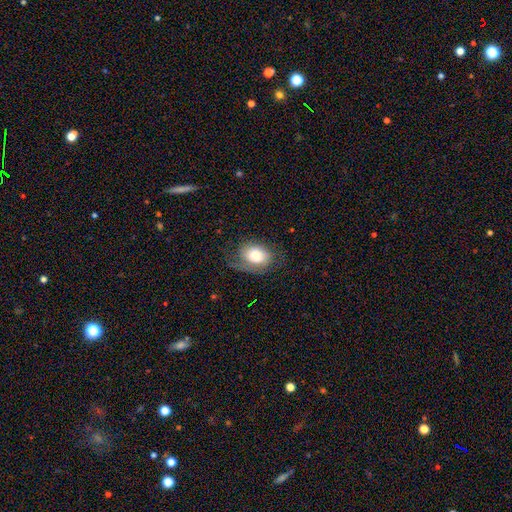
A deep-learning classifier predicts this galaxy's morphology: type=smooth (59%); roundness=in between (70%); merging=none (54%).